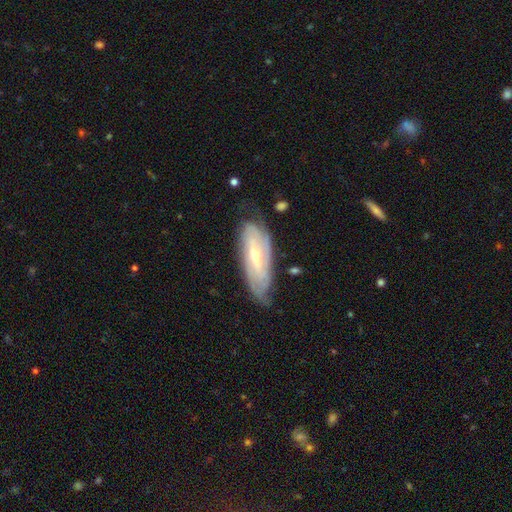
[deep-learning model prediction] A featured or disk galaxy (79%) with a weak bar (41%), tight (66%) spiral arms (91%) and a small central bulge (52%).

Vote fractions:
- Smooth or featured? featured or disk: 79% / smooth: 15% / star or artifact: 5%
- Edge-on disk? no: 87% / yes: 13%
- Bar? weak: 41% / no: 35% / strong: 24%
- Spiral arms? yes: 91% / no: 9%
- Spiral winding? tight: 66% / medium: 26% / loose: 8%
- Spiral arm count? can't tell: 41% / 2: 33% / 3: 12% / 4: 7% / 1: 4% / more than 4: 3%
- Bulge size? small: 52% / moderate: 45% / large: 2% / none: 1% / dominant: 1%
- Merging? none: 70% / minor disturbance: 22% / major disturbance: 6% / merger: 2%